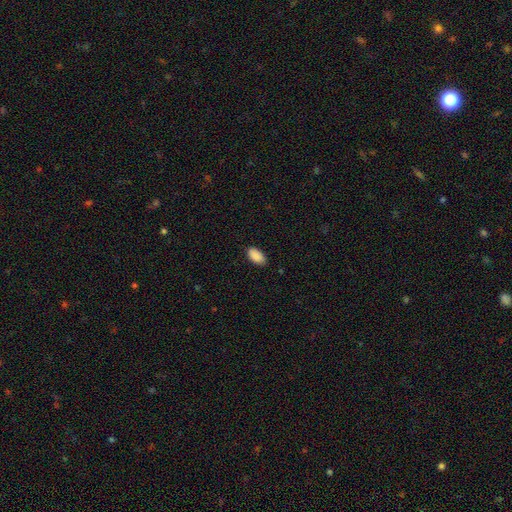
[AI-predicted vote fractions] Overall: smooth (90%). How rounded: in between (95%). Merging: none (85%).